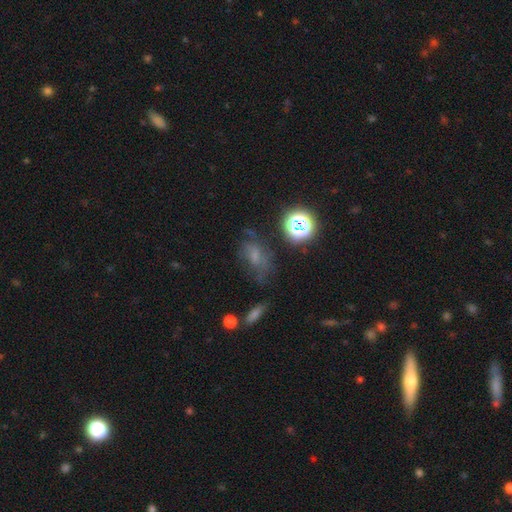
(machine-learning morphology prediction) smooth_or_featured: smooth (p=0.45) [alt: featured or disk p=0.29]
merging: none (p=0.48) [alt: minor disturbance p=0.26]